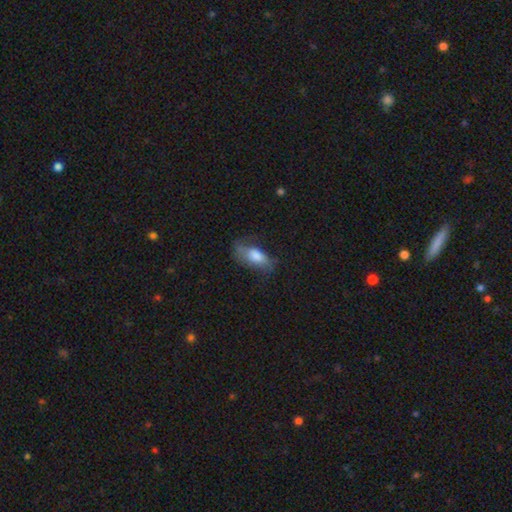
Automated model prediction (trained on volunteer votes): Q: Smooth or featured?
A: smooth (65%); runner-up: featured or disk (26%)
Q: How rounded?
A: in between (84%); runner-up: cigar-shaped (12%)
Q: Merging?
A: none (46%); runner-up: minor disturbance (29%)